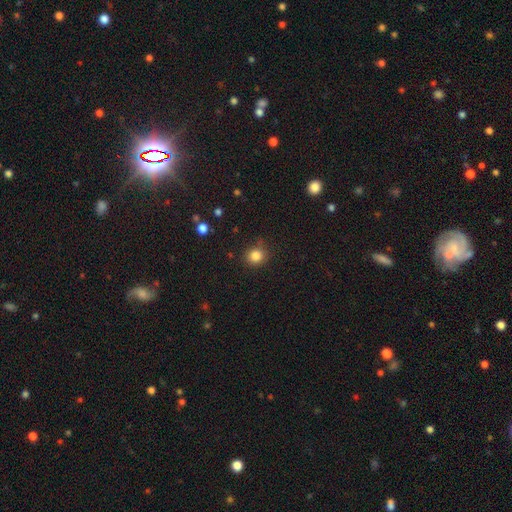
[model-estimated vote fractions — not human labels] smooth 84%, star or artifact 12%, featured or disk 4%. Down the decision tree: how rounded — round (84%); merging — none (85%).